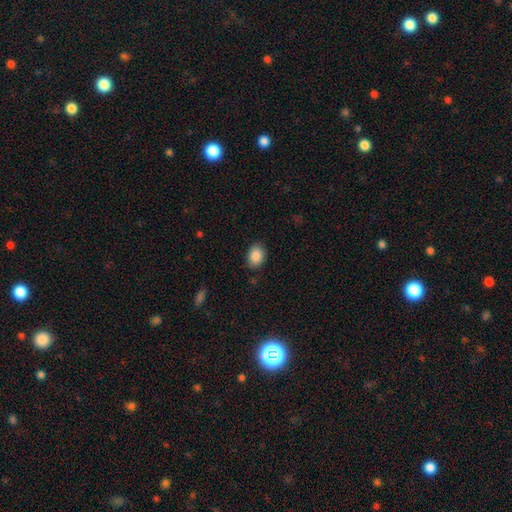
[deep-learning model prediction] The model was most divided on "how rounded": in between: 71%, round: 28%, cigar-shaped: 1%. More confident: smooth or featured — smooth (88%); merging — none (84%).